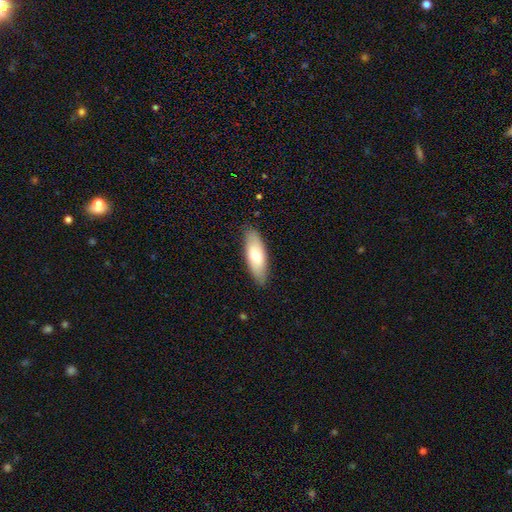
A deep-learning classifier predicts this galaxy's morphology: Smooth or featured? smooth (66%)
How rounded? in between (68%)
Merging? none (87%)